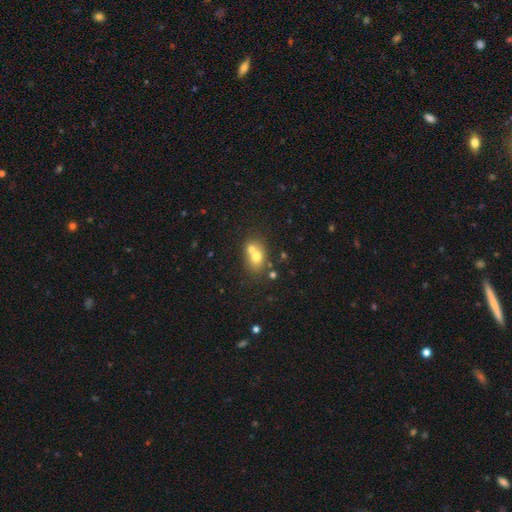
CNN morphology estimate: smooth 65%, featured or disk 22%, star or artifact 14%. Down the decision tree: how rounded — round (53%); merging — merger (57%).